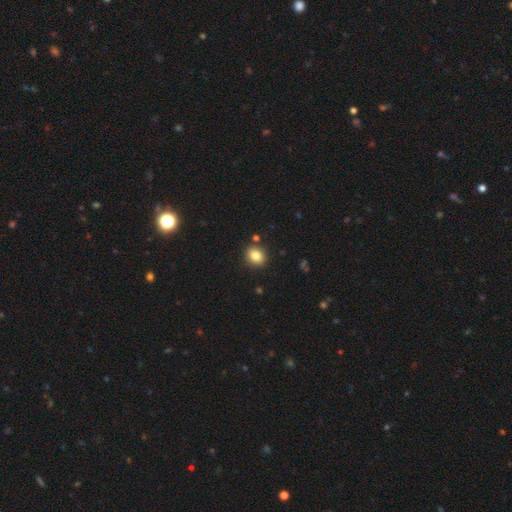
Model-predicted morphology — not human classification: smooth 84%, star or artifact 10%, featured or disk 6%. Down the decision tree: how rounded — round (62%); merging — none (87%).